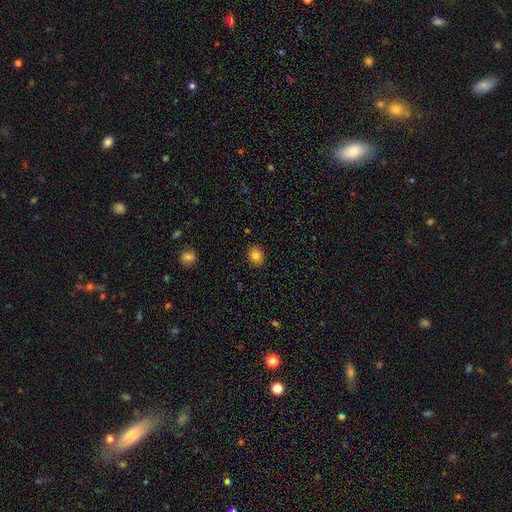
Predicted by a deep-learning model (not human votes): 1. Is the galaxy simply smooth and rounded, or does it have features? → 83% smooth, 10% star or artifact, 6% featured or disk.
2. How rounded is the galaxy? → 61% round, 38% in between, 1% cigar-shaped.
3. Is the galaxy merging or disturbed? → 88% none, 9% minor disturbance, 2% major disturbance, 1% merger.